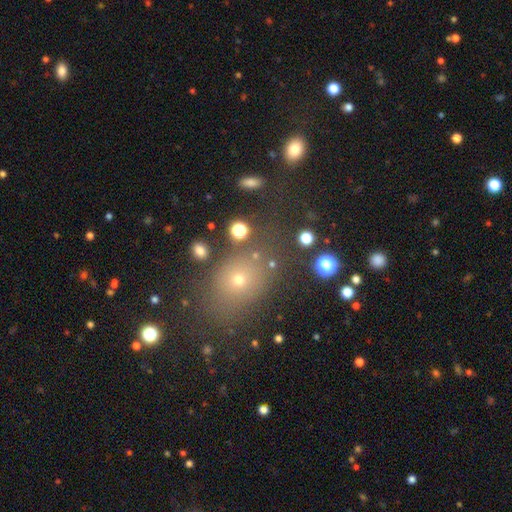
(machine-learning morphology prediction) This is likely a smooth galaxy (62%). How rounded: possibly round (52%). Merging: likely none (69%).